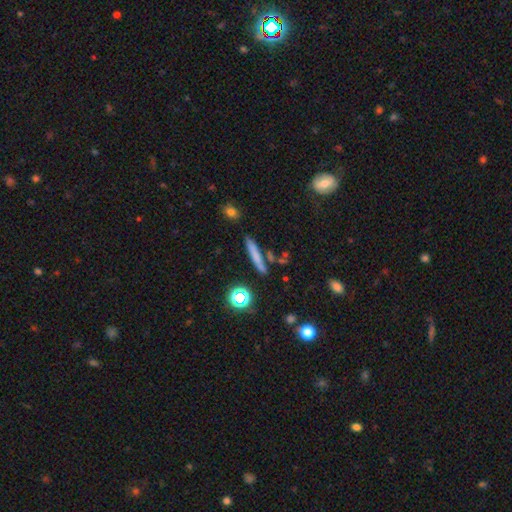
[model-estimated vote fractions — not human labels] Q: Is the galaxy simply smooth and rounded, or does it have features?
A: smooth — 67%.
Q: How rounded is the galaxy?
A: cigar-shaped — 89%.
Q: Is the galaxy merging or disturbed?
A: none — 79%.